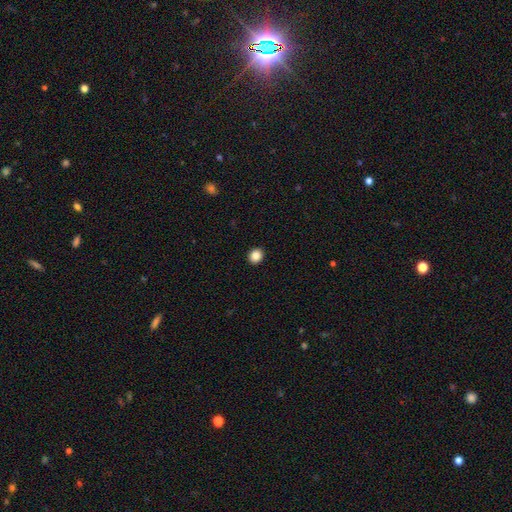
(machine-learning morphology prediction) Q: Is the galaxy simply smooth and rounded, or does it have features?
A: smooth — 86%.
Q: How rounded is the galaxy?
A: round — 77%.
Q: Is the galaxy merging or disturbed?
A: none — 93%.